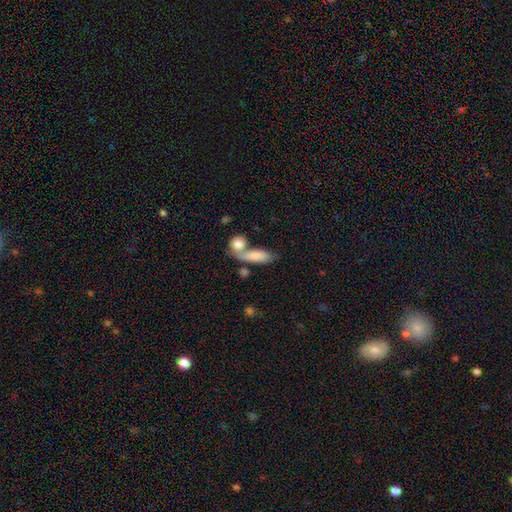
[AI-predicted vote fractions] Smooth or featured?
  - smooth: 81% *
  - featured or disk: 12%
  - star or artifact: 7%
How rounded?
  - in between: 69% *
  - cigar-shaped: 25%
  - round: 6%
Merging?
  - merger: 44% *
  - none: 37%
  - minor disturbance: 12%
  - major disturbance: 7%